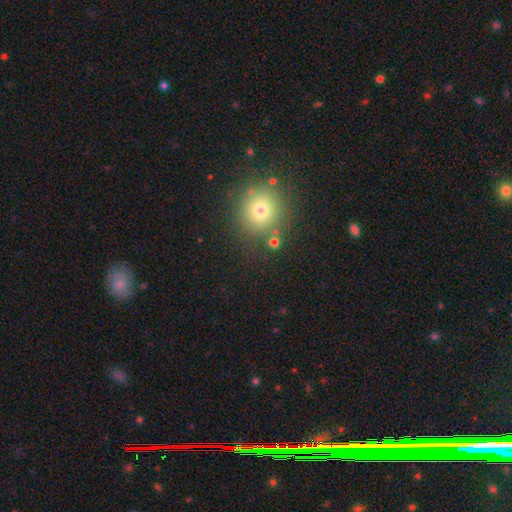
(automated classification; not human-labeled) A smooth galaxy with no disk features (59%) that is round (86%). Merging: none (85%).